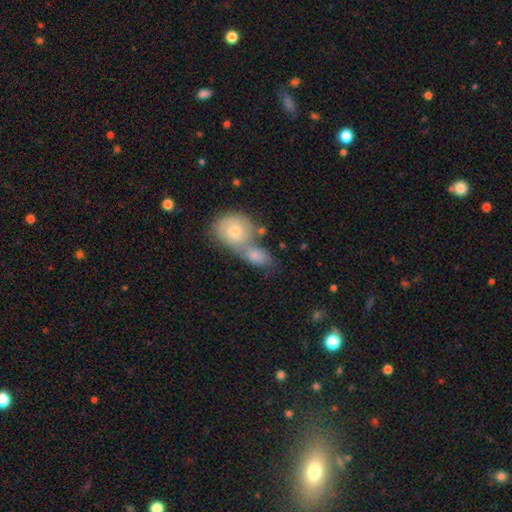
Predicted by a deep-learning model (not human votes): Smooth or featured? Predicted: smooth (p=0.61). How rounded? Predicted: in between (p=0.75). Merging? Predicted: merger (p=0.65).